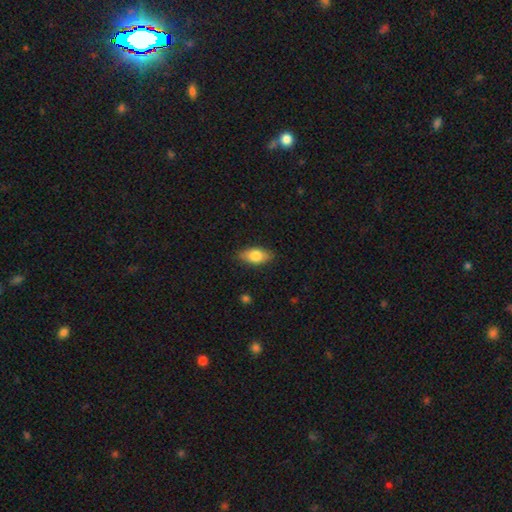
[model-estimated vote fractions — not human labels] smooth-or-featured: smooth: 74% | featured or disk: 19% | star or artifact: 7%
  how-rounded: in between: 87% | cigar-shaped: 9% | round: 5%
  merging: none: 85% | minor disturbance: 12% | major disturbance: 2% | merger: 1%